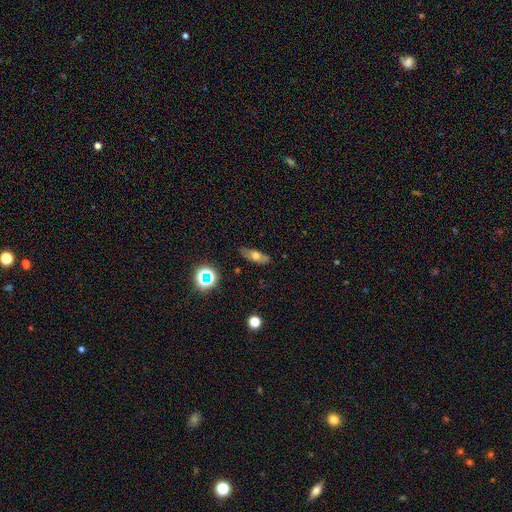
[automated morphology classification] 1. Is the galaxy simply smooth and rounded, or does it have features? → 57% smooth, 31% featured or disk, 12% star or artifact.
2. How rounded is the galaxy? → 62% in between, 30% cigar-shaped, 8% round.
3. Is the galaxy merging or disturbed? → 78% none, 17% minor disturbance, 4% major disturbance, 2% merger.